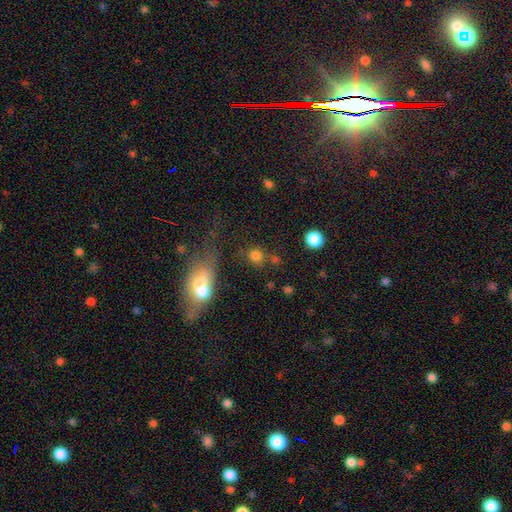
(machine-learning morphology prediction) Q: Smooth or featured?
A: smooth (77%); runner-up: star or artifact (15%)
Q: How rounded?
A: round (80%); runner-up: in between (19%)
Q: Merging?
A: none (60%); runner-up: merger (22%)